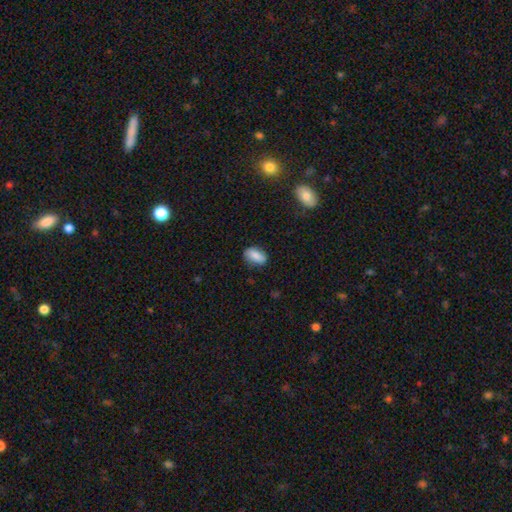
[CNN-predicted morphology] Smooth or featured?
  - smooth: 83% *
  - featured or disk: 9%
  - star or artifact: 8%
How rounded?
  - in between: 89% *
  - round: 7%
  - cigar-shaped: 4%
Merging?
  - none: 79% *
  - minor disturbance: 16%
  - major disturbance: 3%
  - merger: 1%